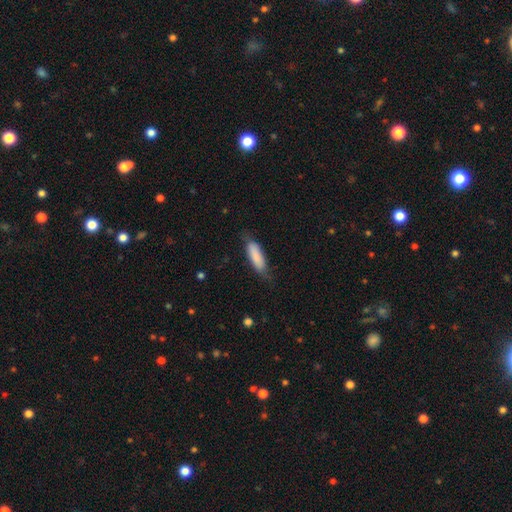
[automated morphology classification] smooth-or-featured: smooth: 85% | featured or disk: 9% | star or artifact: 6%
  how-rounded: in between: 52% | cigar-shaped: 46% | round: 2%
  merging: none: 70% | minor disturbance: 22% | major disturbance: 6% | merger: 1%